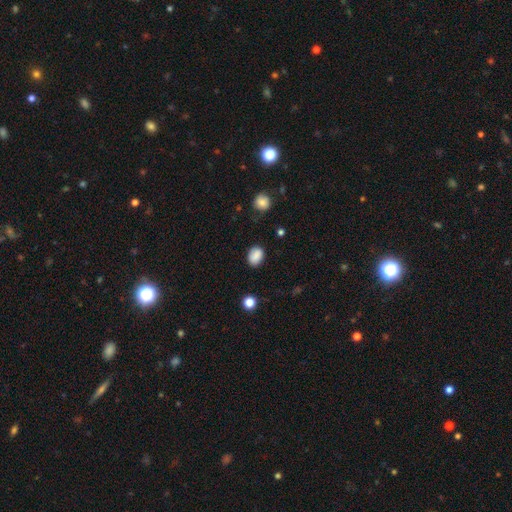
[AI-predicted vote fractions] Smooth or featured: smooth — 86% (star or artifact — 9%)
How rounded: in between — 72% (round — 27%)
Merging: none — 80% (minor disturbance — 15%)